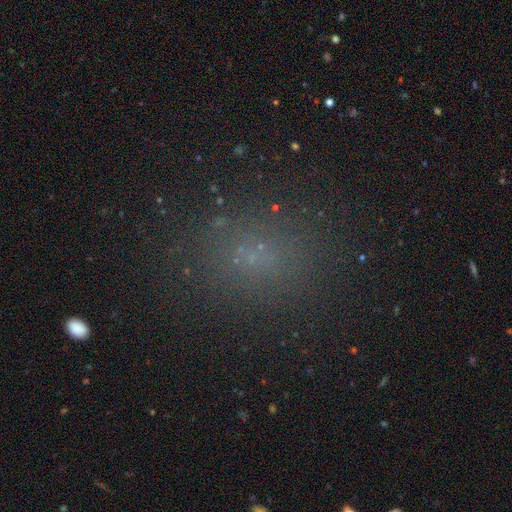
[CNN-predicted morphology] A smooth galaxy with no disk features (66%) that is in between round and cigar-shaped (57%). Merging: none (83%).